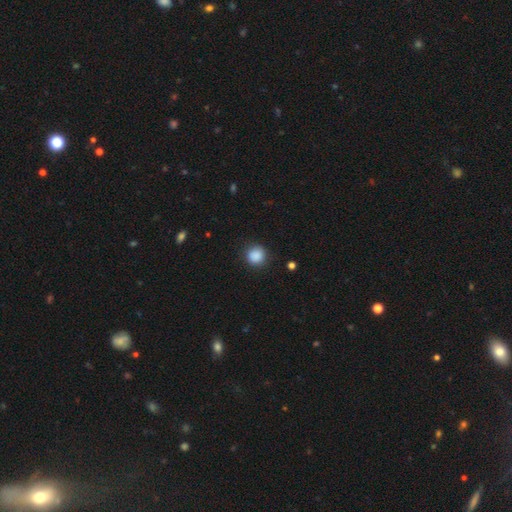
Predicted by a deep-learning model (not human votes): smooth-or-featured: smooth: 88% | star or artifact: 9% | featured or disk: 3%
  how-rounded: round: 92% | in between: 7% | cigar-shaped: 1%
  merging: none: 88% | minor disturbance: 8% | major disturbance: 3% | merger: 1%